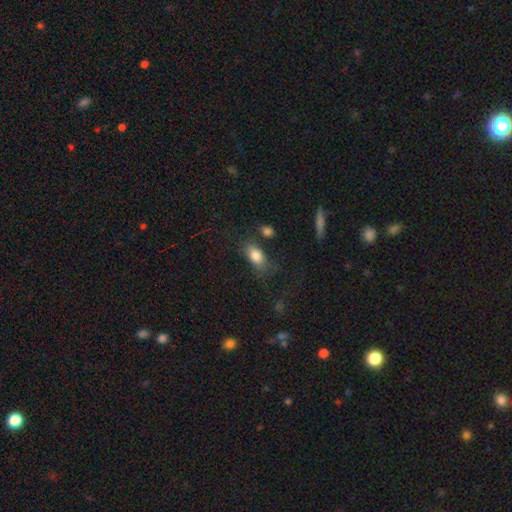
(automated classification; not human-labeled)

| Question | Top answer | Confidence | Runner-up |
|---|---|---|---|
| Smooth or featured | smooth | 82% | featured or disk (9%) |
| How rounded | in between | 86% | round (10%) |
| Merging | none | 63% | minor disturbance (20%) |